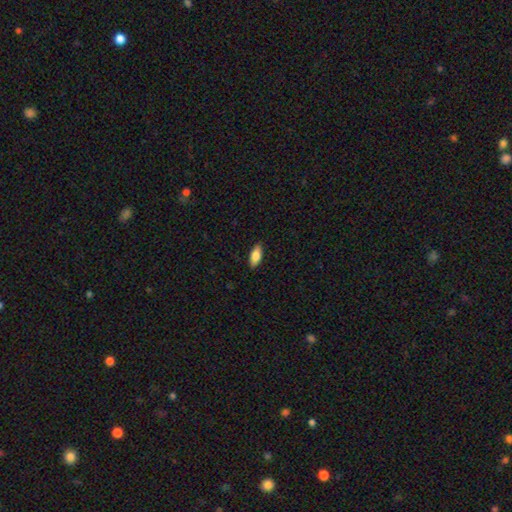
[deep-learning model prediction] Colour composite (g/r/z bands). It shows a smooth galaxy with no disk features (80%) that is in between round and cigar-shaped (84%). Merging: none (89%).